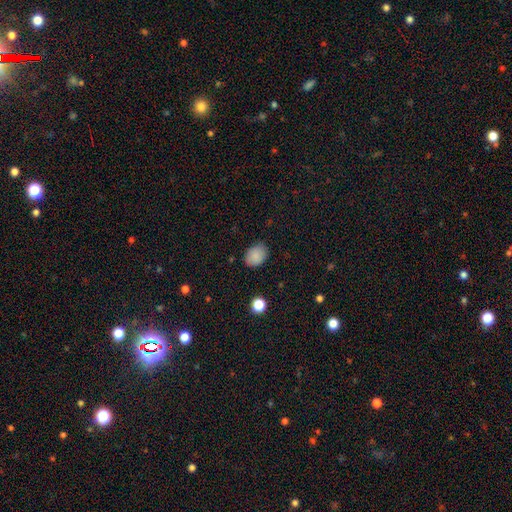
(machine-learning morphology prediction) This is clearly a smooth galaxy (87%). How rounded: likely in between (66%). Merging: clearly none (82%).